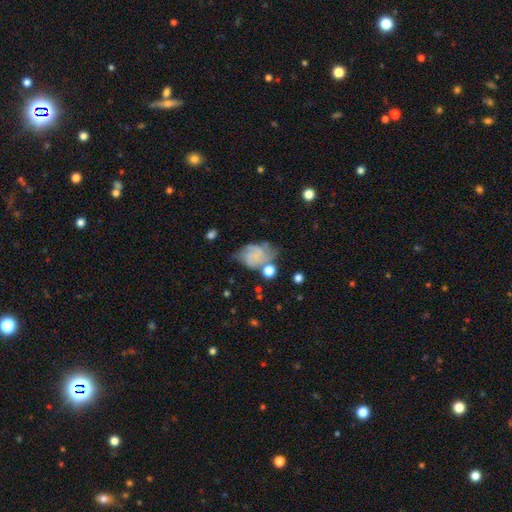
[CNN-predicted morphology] Q: Smooth or featured?
A: featured or disk (52%); runner-up: smooth (38%)
Q: Edge-on disk?
A: no (97%); runner-up: yes (3%)
Q: Bar?
A: no (77%); runner-up: weak (19%)
Q: Spiral arms?
A: yes (80%); runner-up: no (20%)
Q: Bulge size?
A: none (62%); runner-up: small (25%)
Q: Merging?
A: none (43%); runner-up: minor disturbance (28%)